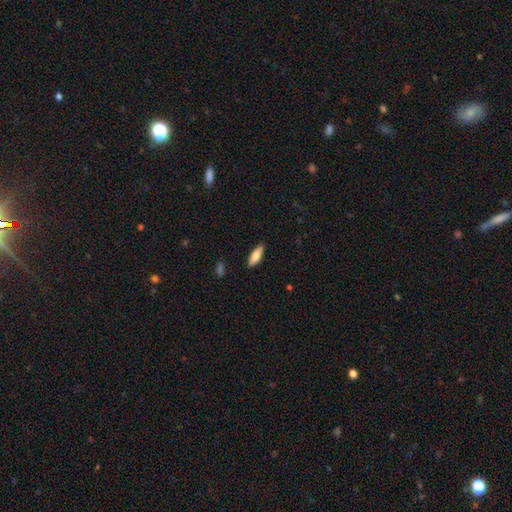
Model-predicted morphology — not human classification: This is clearly a smooth galaxy (83%). How rounded: likely in between (62%). Merging: clearly none (88%).